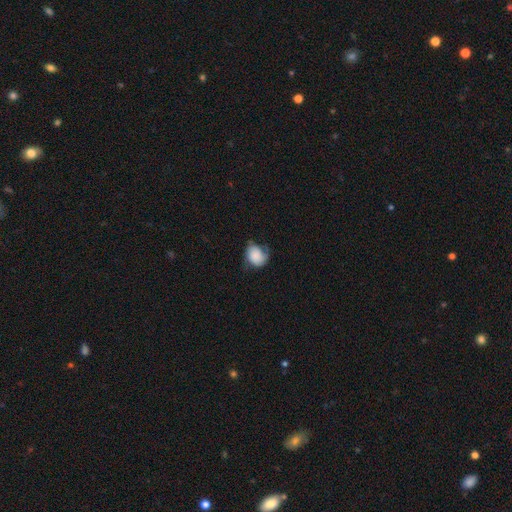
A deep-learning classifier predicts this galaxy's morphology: A smooth galaxy with no disk features (67%) that is round (51%). Merging: none (40%).